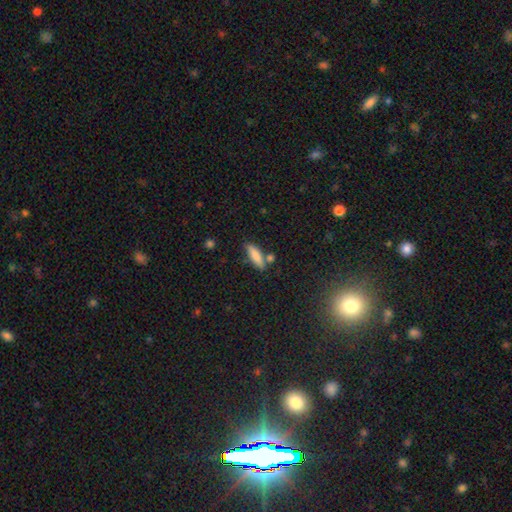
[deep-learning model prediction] Morphology: type=smooth (84%); roundness=cigar-shaped (54%); merging=none (70%).